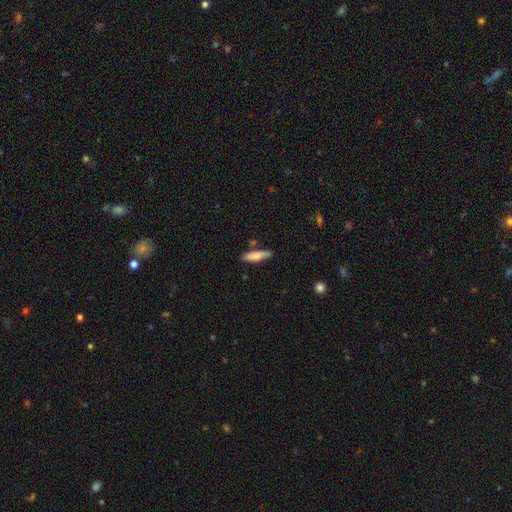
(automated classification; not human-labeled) The model was most divided on "how rounded": cigar-shaped: 70%, in between: 28%, round: 2%. More confident: smooth or featured — smooth (80%); merging — none (79%).